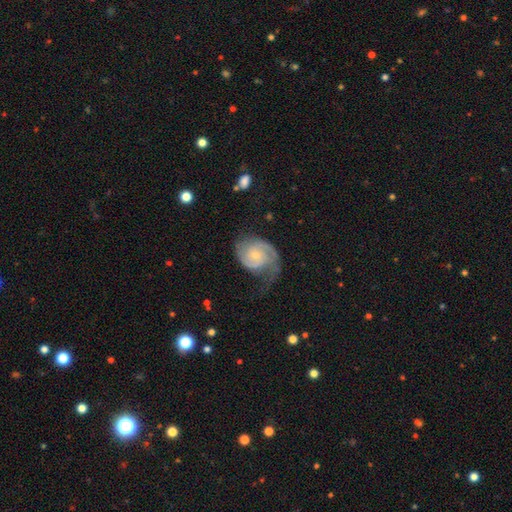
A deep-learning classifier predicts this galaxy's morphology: type=featured or disk (82%); edge-on=no (98%); bar=no (65%); spiral arms=yes (96%); winding=medium (44%); arm count=2 (74%); bulge=small (64%); merging=none (45%).